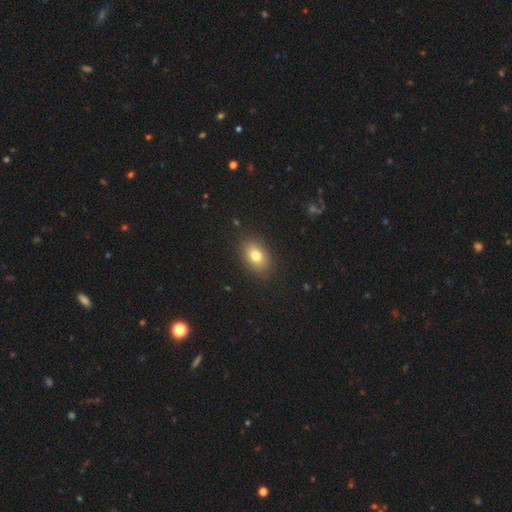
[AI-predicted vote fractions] Smooth or featured? smooth (78%)
How rounded? in between (79%)
Merging? none (87%)